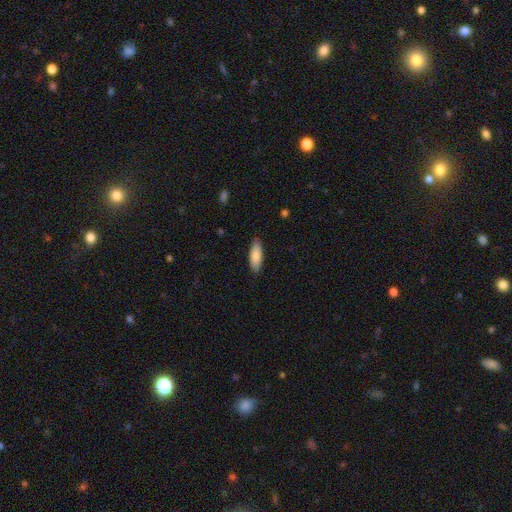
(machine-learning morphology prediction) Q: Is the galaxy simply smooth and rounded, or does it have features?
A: smooth — 82%.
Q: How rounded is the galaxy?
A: in between — 67%.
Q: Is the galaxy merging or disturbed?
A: none — 86%.